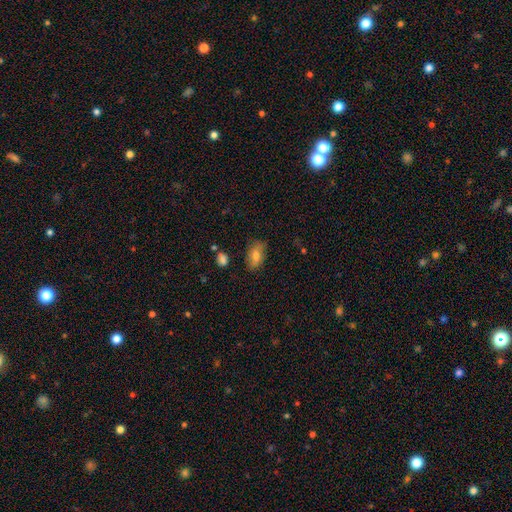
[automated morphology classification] The model was most divided on "smooth or featured": smooth: 72%, featured or disk: 19%, star or artifact: 8%. More confident: how rounded — in between (89%); merging — none (77%).